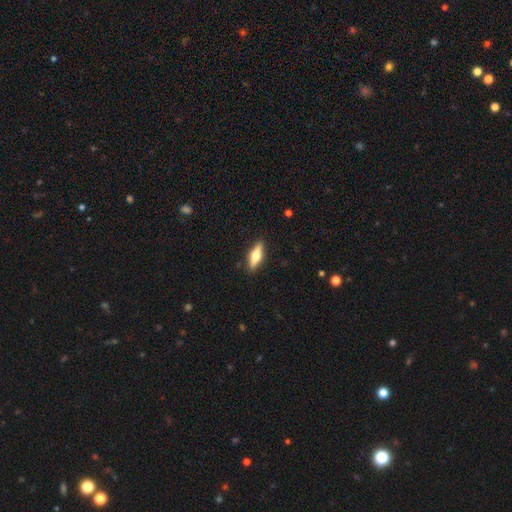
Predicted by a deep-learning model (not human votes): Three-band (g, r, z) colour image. It shows a smooth galaxy with no disk features (57%) that is in between round and cigar-shaped (53%). Merging: none (89%).